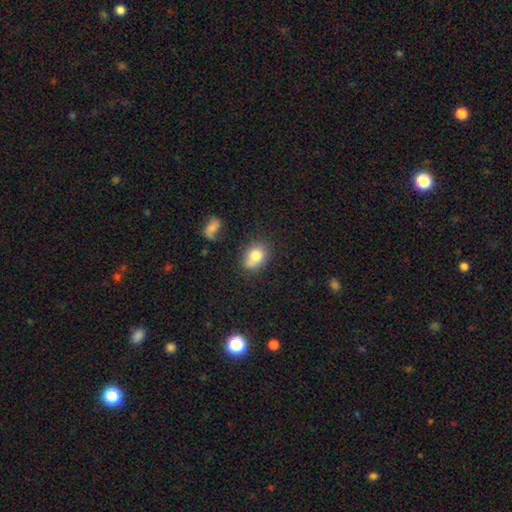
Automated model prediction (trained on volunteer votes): Smooth or featured?
  - smooth: 78% *
  - featured or disk: 12%
  - star or artifact: 9%
How rounded?
  - in between: 62% *
  - round: 37%
  - cigar-shaped: 1%
Merging?
  - none: 59% *
  - minor disturbance: 23%
  - merger: 11%
  - major disturbance: 7%